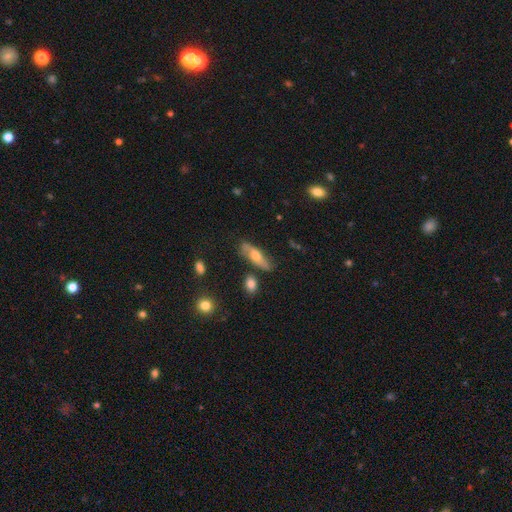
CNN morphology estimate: smooth 51%, featured or disk 42%, star or artifact 7%. Down the decision tree: how rounded — in between (49%); merging — none (70%).